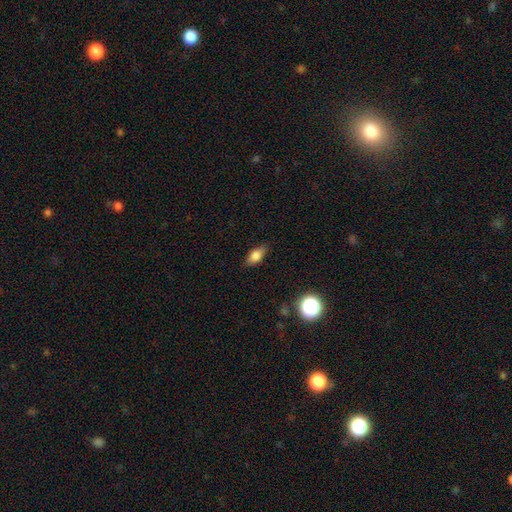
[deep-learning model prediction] Overall: smooth (74%). How rounded: in between (79%). Merging: none (81%).